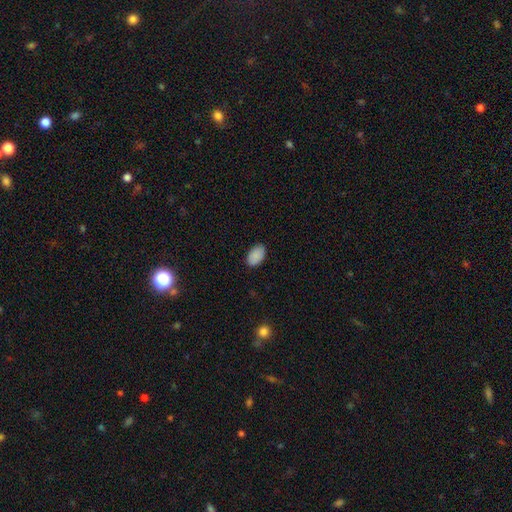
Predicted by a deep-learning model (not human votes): Q: Smooth or featured?
A: smooth (90%); runner-up: star or artifact (7%)
Q: How rounded?
A: in between (93%); runner-up: round (6%)
Q: Merging?
A: none (86%); runner-up: minor disturbance (11%)